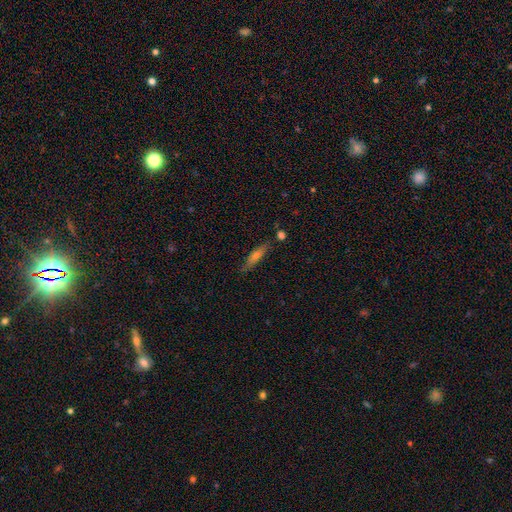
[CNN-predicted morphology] Smooth or featured? smooth (47%)
Merging? none (81%)